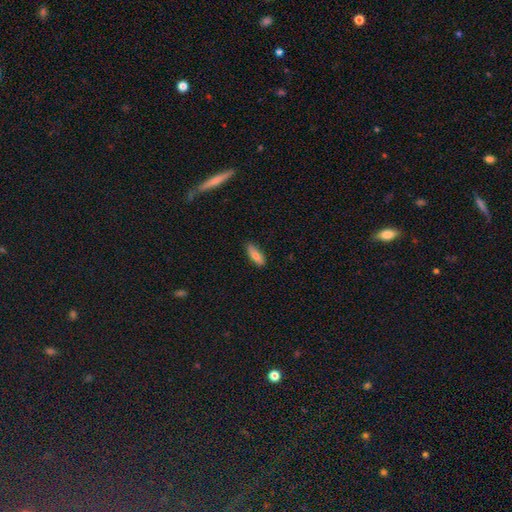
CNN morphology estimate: Overall: smooth (79%). How rounded: in between (65%; cigar-shaped 33%). Merging: none (83%).